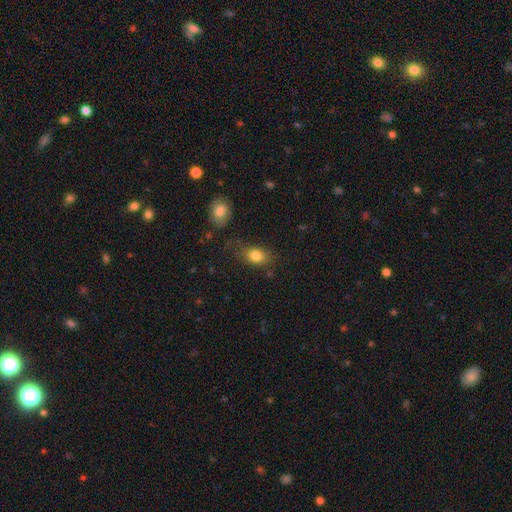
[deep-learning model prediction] Smooth or featured: smooth — 82% (star or artifact — 9%)
How rounded: in between — 72% (round — 25%)
Merging: none — 68% (minor disturbance — 20%)